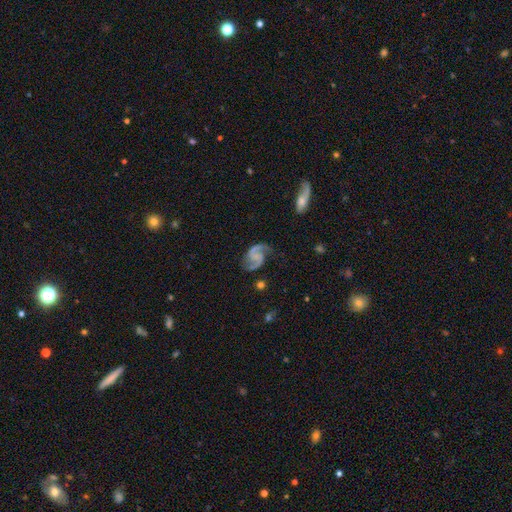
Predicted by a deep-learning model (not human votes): Smooth or featured?
  - featured or disk: 91% *
  - star or artifact: 5%
  - smooth: 4%
Edge-on disk?
  - no: 98% *
  - yes: 2%
Bar?
  - no: 51% *
  - weak: 36%
  - strong: 13%
Spiral arms?
  - yes: 98% *
  - no: 2%
Spiral winding?
  - medium: 53% *
  - loose: 35%
  - tight: 12%
Spiral arm count?
  - 2: 94% *
  - 1: 1%
  - can't tell: 1%
  - 3: 1%
  - 4: 1%
  - more than 4: 1%
Bulge size?
  - none: 63% *
  - small: 25%
  - moderate: 9%
  - large: 2%
  - dominant: 1%
Merging?
  - none: 74% *
  - minor disturbance: 16%
  - major disturbance: 7%
  - merger: 2%